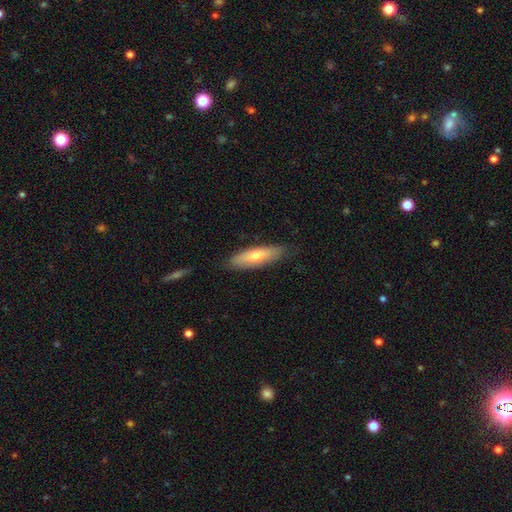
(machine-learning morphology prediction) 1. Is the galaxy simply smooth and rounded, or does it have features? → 64% smooth, 30% featured or disk, 6% star or artifact.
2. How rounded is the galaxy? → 59% cigar-shaped, 39% in between, 2% round.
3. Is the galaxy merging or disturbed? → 81% none, 15% minor disturbance, 3% major disturbance, 1% merger.